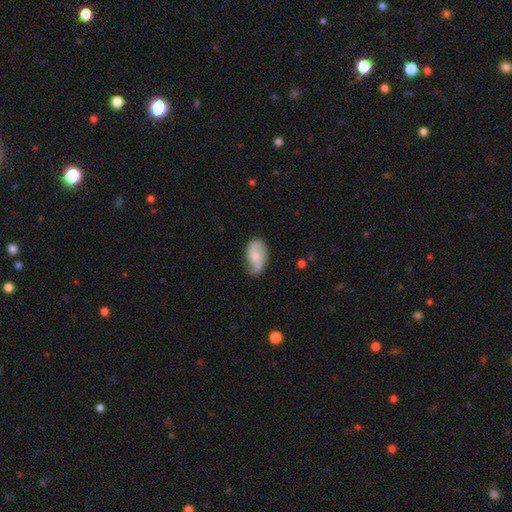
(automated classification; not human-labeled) Smooth or featured: featured or disk — 50% (smooth — 43%)
Edge-on disk: no — 96% (yes — 4%)
Merging: none — 54% (minor disturbance — 33%)